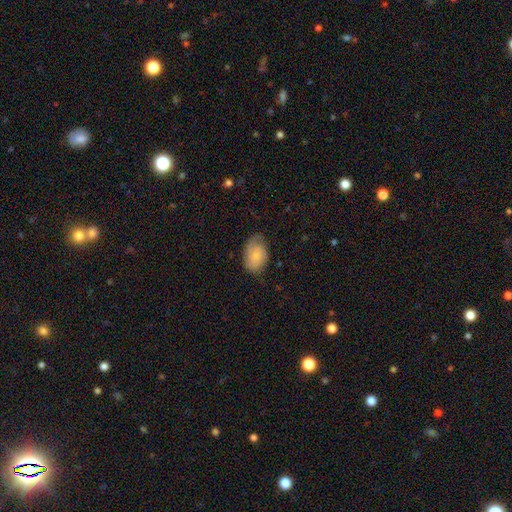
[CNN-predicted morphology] This appears to be a smooth galaxy with no disk features (56%) that is in between round and cigar-shaped (86%). Merging: none (60%).